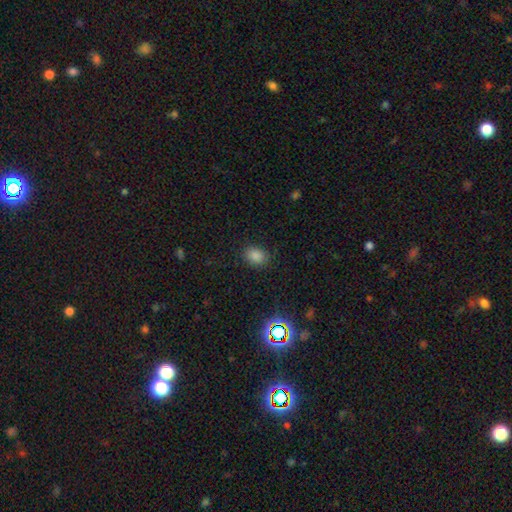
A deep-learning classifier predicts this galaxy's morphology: Q: Smooth or featured?
A: smooth (83%); runner-up: star or artifact (12%)
Q: How rounded?
A: in between (66%); runner-up: round (33%)
Q: Merging?
A: none (84%); runner-up: minor disturbance (11%)